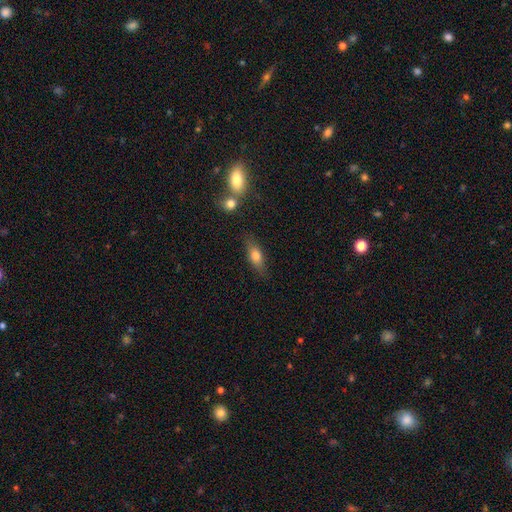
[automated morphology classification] Smooth or featured: smooth — 70% (featured or disk — 22%)
How rounded: in between — 65% (cigar-shaped — 30%)
Merging: none — 78% (minor disturbance — 13%)